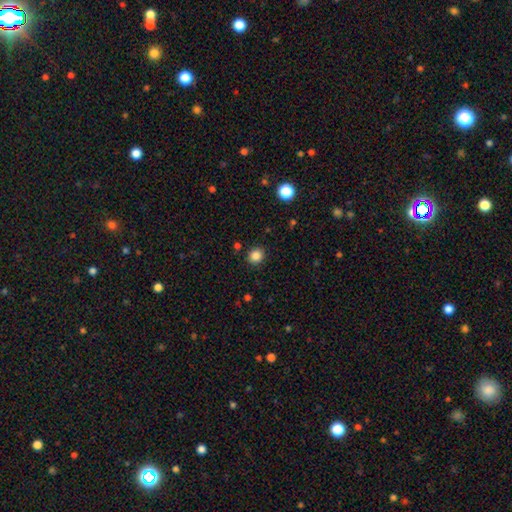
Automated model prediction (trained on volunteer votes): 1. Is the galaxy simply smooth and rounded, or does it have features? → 85% smooth, 11% star or artifact, 4% featured or disk.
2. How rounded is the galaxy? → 85% round, 14% in between, 1% cigar-shaped.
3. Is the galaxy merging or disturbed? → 89% none, 7% minor disturbance, 2% major disturbance, 2% merger.